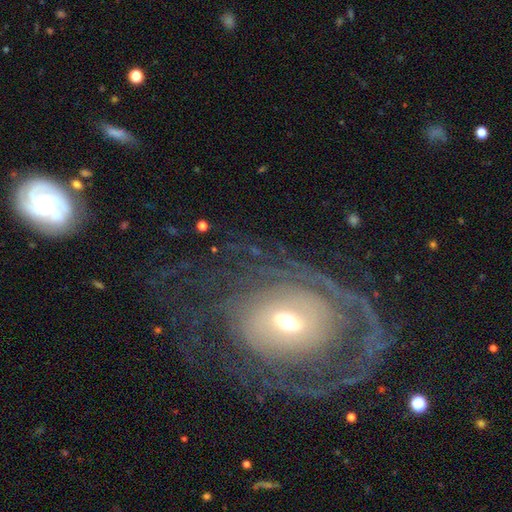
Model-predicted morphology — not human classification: Overall: featured or disk (77%). Edge-on disk: no (95%). Bar: no (59%; weak 28%). Spiral arms: yes (76%). Spiral arm count: can't tell (42%; 2 23%). Spiral winding: tight (56%; medium 28%). Bulge size: moderate (56%; small 33%). Merging: none (51%; major disturbance 30%).